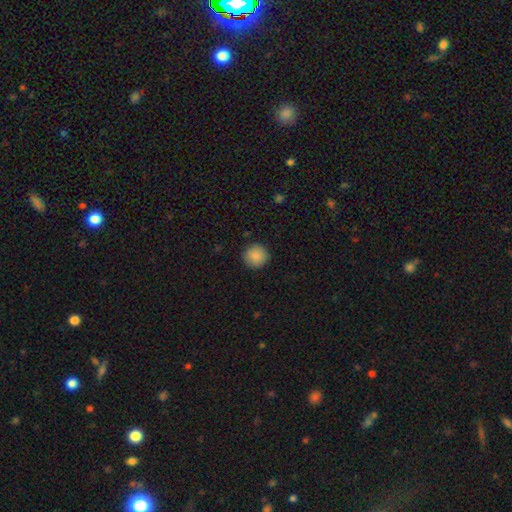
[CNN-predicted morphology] A smooth galaxy with no disk features (88%) that is round (94%). Merging: none (91%).